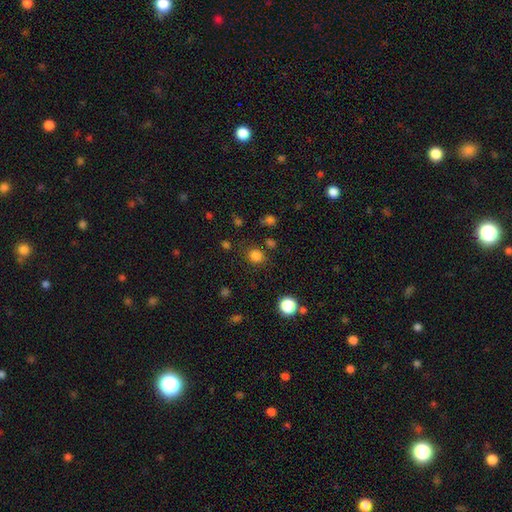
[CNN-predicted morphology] Smooth or featured? smooth (81%)
How rounded? round (81%)
Merging? none (82%)